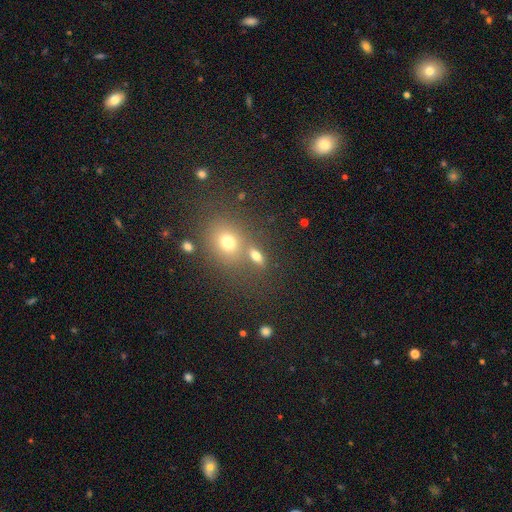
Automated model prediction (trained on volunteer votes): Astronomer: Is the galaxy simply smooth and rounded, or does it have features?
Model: smooth — 72%.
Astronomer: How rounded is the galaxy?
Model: in between — 65%.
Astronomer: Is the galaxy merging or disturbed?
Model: none — 60%.